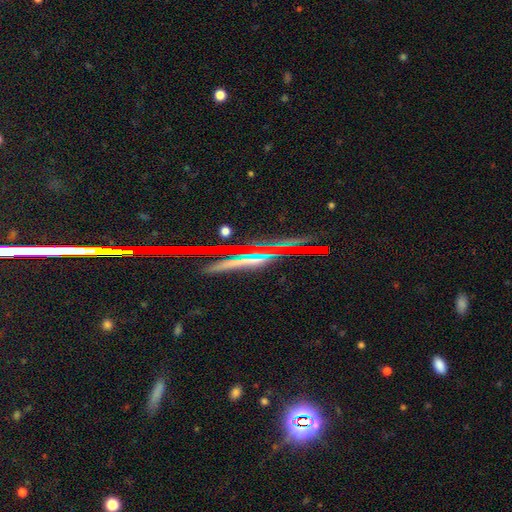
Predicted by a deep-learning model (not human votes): Smooth or featured? featured or disk (42%)
Merging? none (86%)